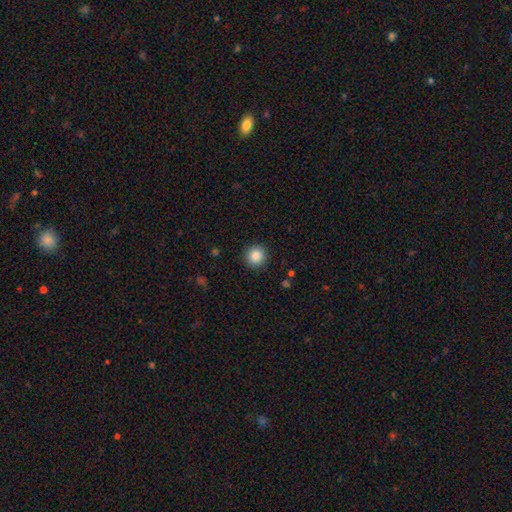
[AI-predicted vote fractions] Morphology: type=smooth (86%); roundness=round (94%); merging=none (91%).